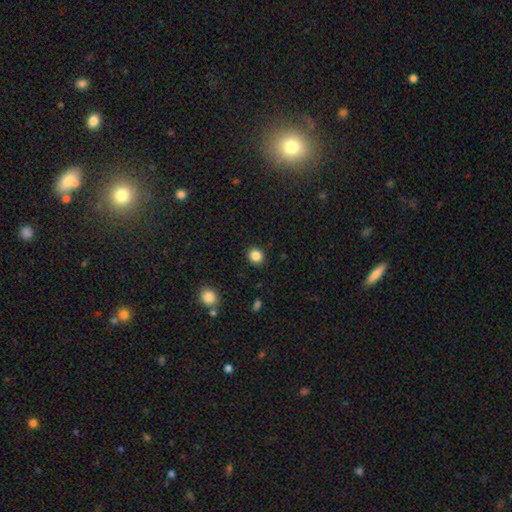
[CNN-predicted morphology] smooth-or-featured: smooth: 86% | star or artifact: 10% | featured or disk: 4%
  how-rounded: round: 74% | in between: 25% | cigar-shaped: 1%
  merging: none: 90% | minor disturbance: 7% | major disturbance: 2% | merger: 1%